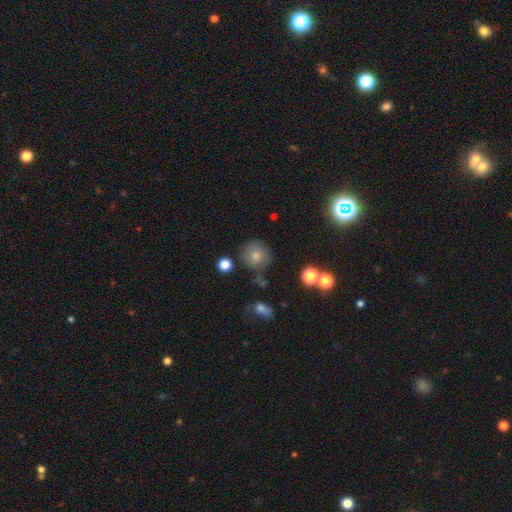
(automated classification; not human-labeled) A smooth galaxy with no disk features (77%) that is round (89%).

Vote fractions:
- Smooth or featured? smooth: 77% / featured or disk: 12% / star or artifact: 11%
- How rounded? round: 89% / in between: 10% / cigar-shaped: 1%
- Merging? none: 74% / minor disturbance: 15% / merger: 6% / major disturbance: 5%